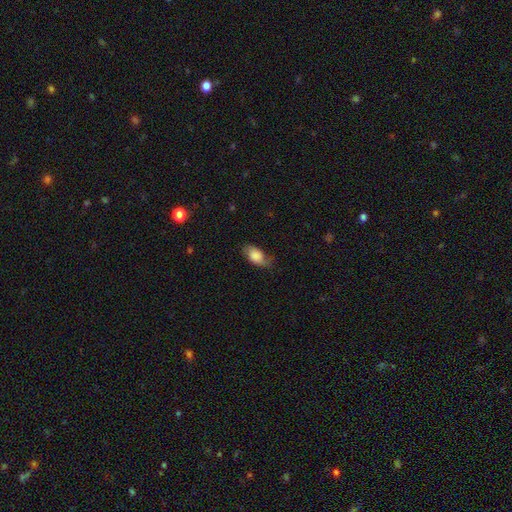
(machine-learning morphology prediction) Smooth or featured? Predicted: smooth (p=0.70). How rounded? Predicted: in between (p=0.90). Merging? Predicted: none (p=0.52).